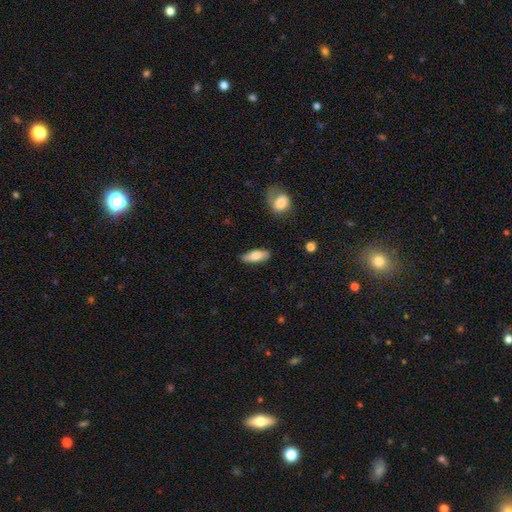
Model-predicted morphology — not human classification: type=smooth (75%); roundness=in between (69%); merging=none (83%).